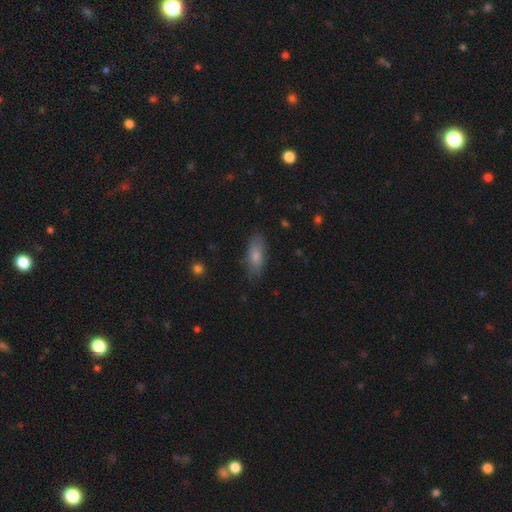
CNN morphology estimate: A smooth galaxy with no disk features (77%) that is in between round and cigar-shaped (74%).

Vote fractions:
- Smooth or featured? smooth: 77% / featured or disk: 16% / star or artifact: 7%
- How rounded? in between: 74% / cigar-shaped: 24% / round: 3%
- Merging? none: 79% / minor disturbance: 16% / major disturbance: 4% / merger: 1%